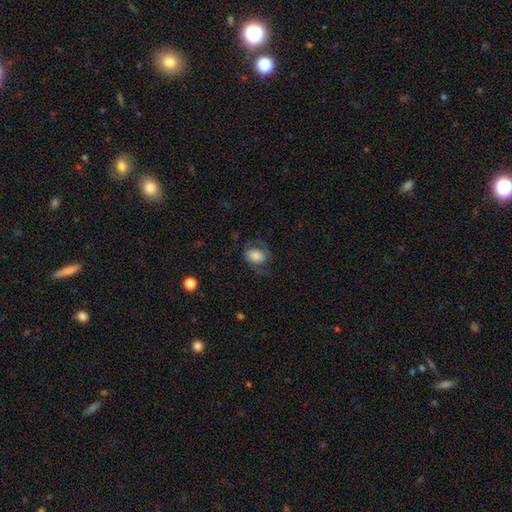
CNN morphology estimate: A smooth galaxy with no disk features (67%) that is in between round and cigar-shaped (67%). Merging: none (53%).